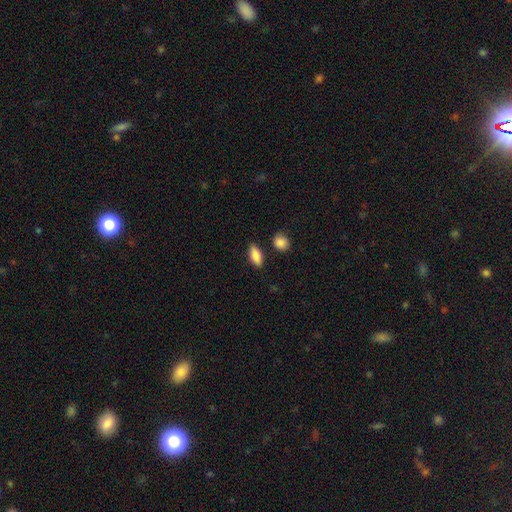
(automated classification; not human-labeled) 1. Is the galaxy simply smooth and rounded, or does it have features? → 86% smooth, 8% featured or disk, 7% star or artifact.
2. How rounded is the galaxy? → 85% in between, 11% cigar-shaped, 4% round.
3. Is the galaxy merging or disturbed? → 83% none, 11% minor disturbance, 3% merger, 2% major disturbance.